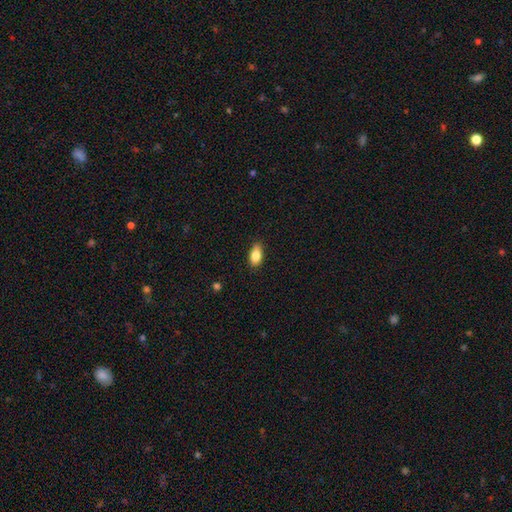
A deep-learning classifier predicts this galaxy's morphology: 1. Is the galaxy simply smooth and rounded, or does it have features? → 84% smooth, 9% featured or disk, 7% star or artifact.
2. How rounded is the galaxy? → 88% in between, 7% cigar-shaped, 5% round.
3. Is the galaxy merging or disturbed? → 84% none, 13% minor disturbance, 2% major disturbance, 1% merger.